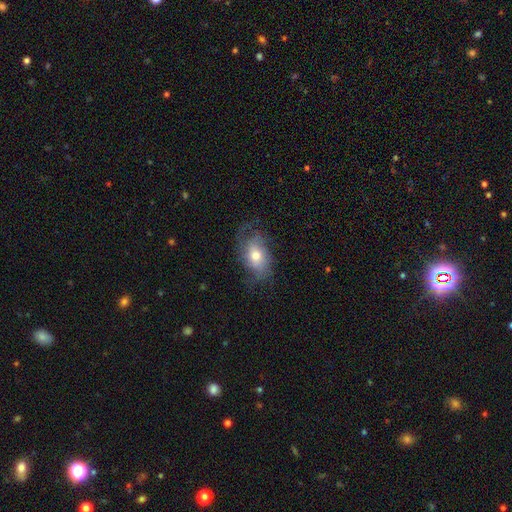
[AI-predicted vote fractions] A smooth galaxy with no disk features (48%).

Vote fractions:
- Smooth or featured? smooth: 48% / featured or disk: 44% / star or artifact: 8%
- Merging? none: 53% / minor disturbance: 25% / major disturbance: 21% / merger: 1%